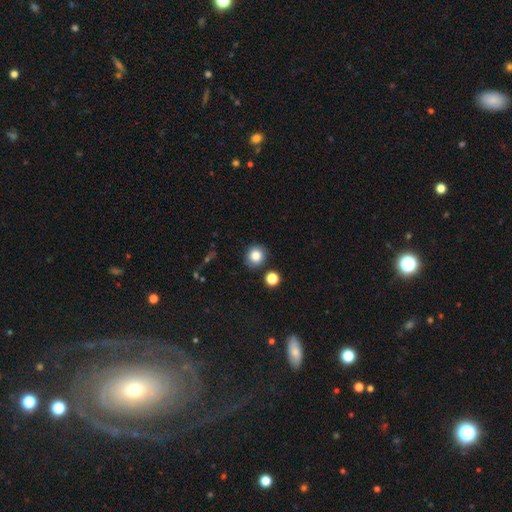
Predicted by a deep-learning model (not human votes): A smooth galaxy with no disk features (82%) that is round (89%).

Vote fractions:
- Smooth or featured? smooth: 82% / star or artifact: 11% / featured or disk: 7%
- How rounded? round: 89% / in between: 11% / cigar-shaped: 1%
- Merging? none: 86% / minor disturbance: 8% / merger: 4% / major disturbance: 2%